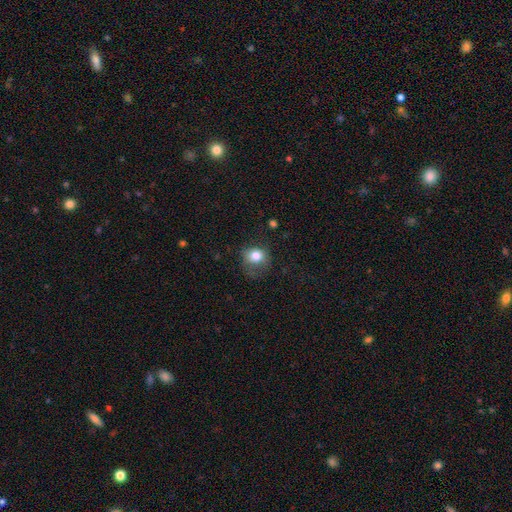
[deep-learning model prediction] Overall: smooth (80%). How rounded: round (68%; in between 31%). Merging: none (49%; minor disturbance 28%).